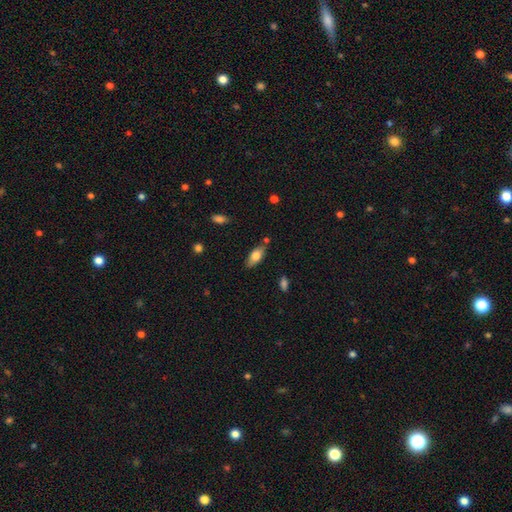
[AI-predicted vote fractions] Smooth or featured? Predicted: smooth (p=0.72). How rounded? Predicted: in between (p=0.84). Merging? Predicted: none (p=0.76).